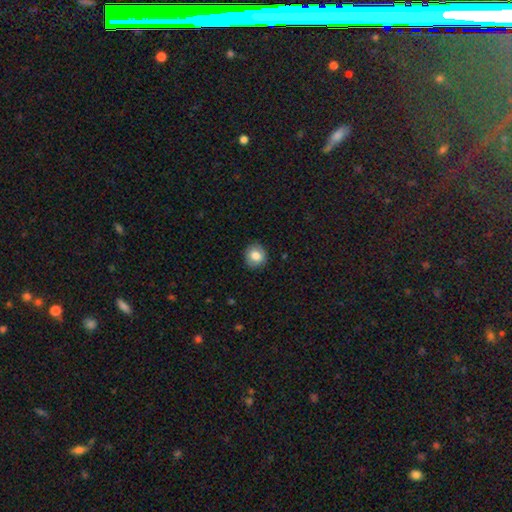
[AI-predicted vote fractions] The model was most divided on "how rounded": round: 84%, in between: 15%, cigar-shaped: 1%. More confident: merging — none (88%); smooth or featured — smooth (81%).